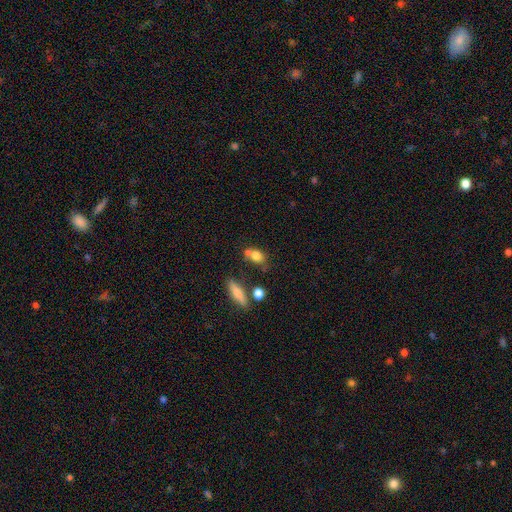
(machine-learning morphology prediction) Smooth or featured? smooth (76%)
How rounded? in between (58%)
Merging? none (47%)